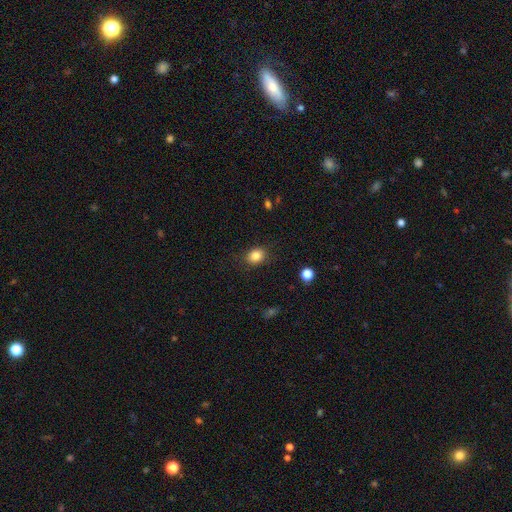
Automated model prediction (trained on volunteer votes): A smooth galaxy with no disk features (84%) that is round (53%). Merging: none (84%).